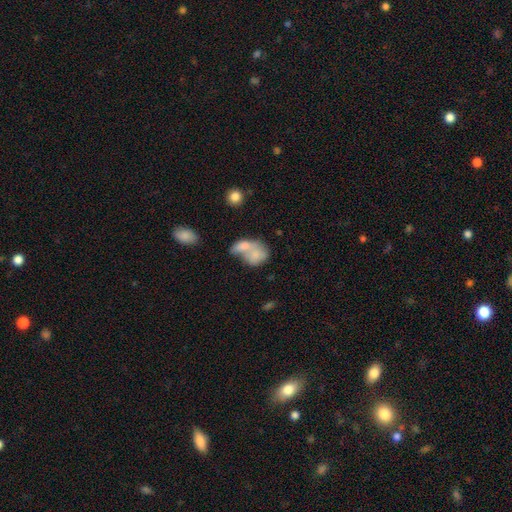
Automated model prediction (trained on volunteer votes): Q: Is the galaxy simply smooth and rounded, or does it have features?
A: smooth — 71%.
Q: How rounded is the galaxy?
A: in between — 64%.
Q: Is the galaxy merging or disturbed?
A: merger — 64%.